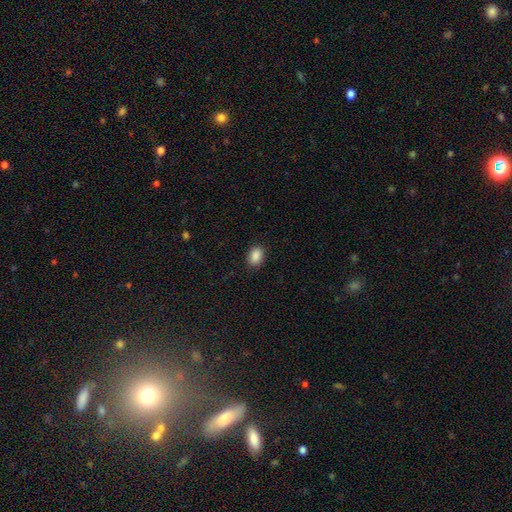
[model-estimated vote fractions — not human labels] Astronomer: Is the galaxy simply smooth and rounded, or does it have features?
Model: smooth — 89%.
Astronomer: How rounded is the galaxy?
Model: in between — 76%.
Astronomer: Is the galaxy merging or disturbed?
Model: none — 88%.